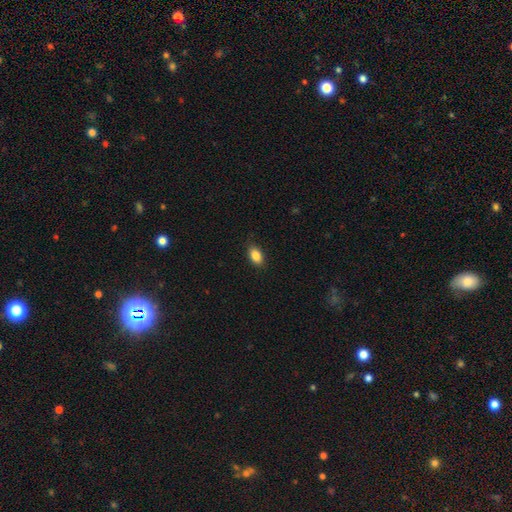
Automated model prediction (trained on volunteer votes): This appears to be a smooth galaxy with no disk features (87%) that is in between round and cigar-shaped (89%). Merging: none (87%).